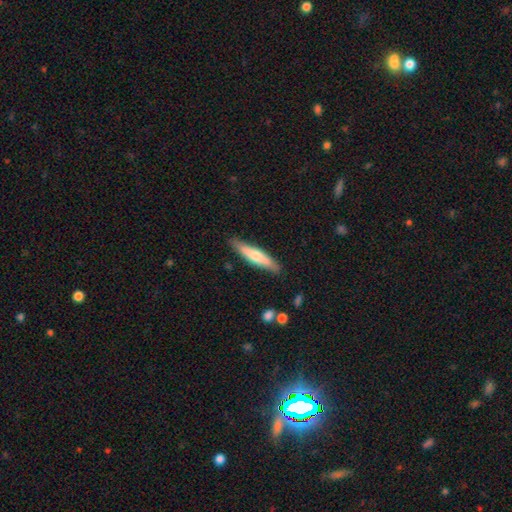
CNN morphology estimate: Smooth or featured? Predicted: smooth (p=0.58). How rounded? Predicted: cigar-shaped (p=0.84). Merging? Predicted: none (p=0.86).